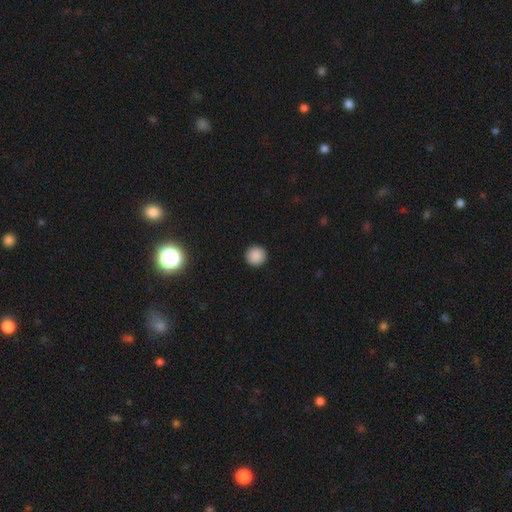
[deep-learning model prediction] A smooth galaxy with no disk features (88%) that is round (95%). Merging: none (93%).